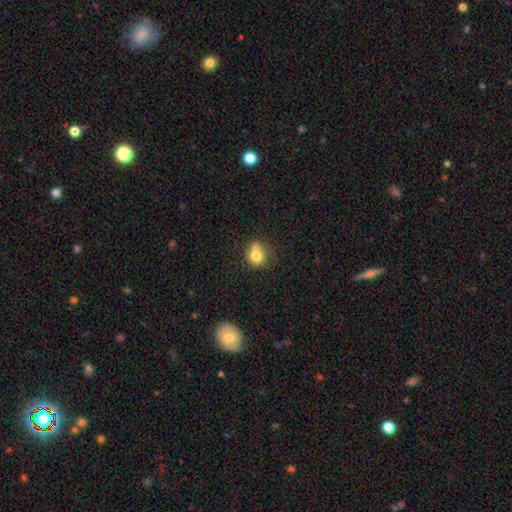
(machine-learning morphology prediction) This is likely a smooth galaxy (74%). How rounded: likely round (79%). Merging: marginally none (44%).